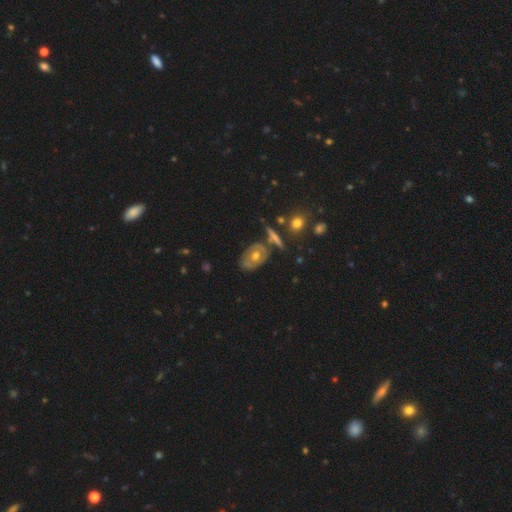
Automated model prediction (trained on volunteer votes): Smooth or featured? featured or disk (56%)
Edge-on disk? no (88%)
Merging? none (64%)